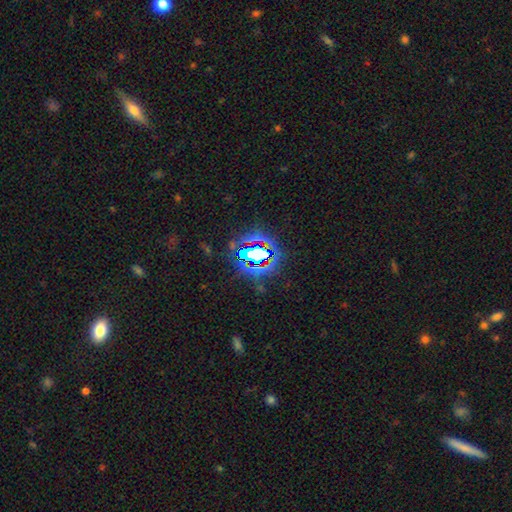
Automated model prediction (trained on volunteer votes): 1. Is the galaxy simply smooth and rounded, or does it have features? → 72% star or artifact, 16% smooth, 13% featured or disk.